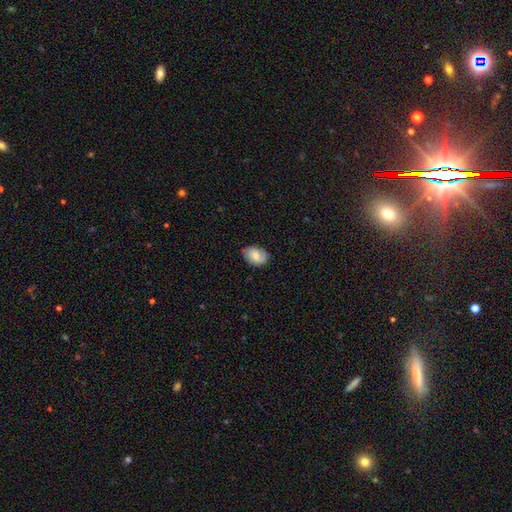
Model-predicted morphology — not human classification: A smooth galaxy with no disk features (66%) that is in between round and cigar-shaped (80%). Merging: none (72%).